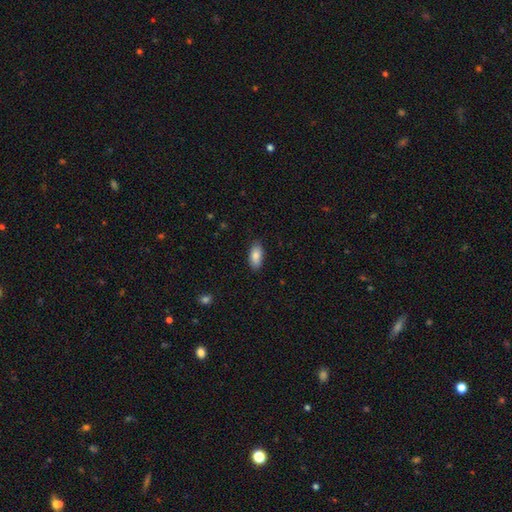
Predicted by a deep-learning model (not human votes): A smooth galaxy with no disk features (84%) that is in between round and cigar-shaped (90%). Merging: none (86%).